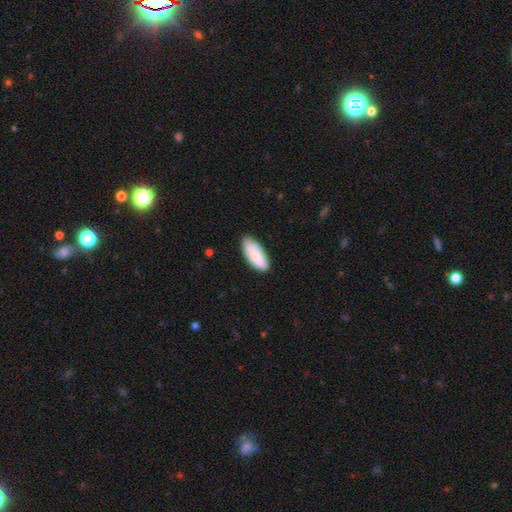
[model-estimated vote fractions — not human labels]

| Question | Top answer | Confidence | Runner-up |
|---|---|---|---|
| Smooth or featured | smooth | 80% | featured or disk (14%) |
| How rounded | in between | 86% | cigar-shaped (12%) |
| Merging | none | 75% | minor disturbance (20%) |